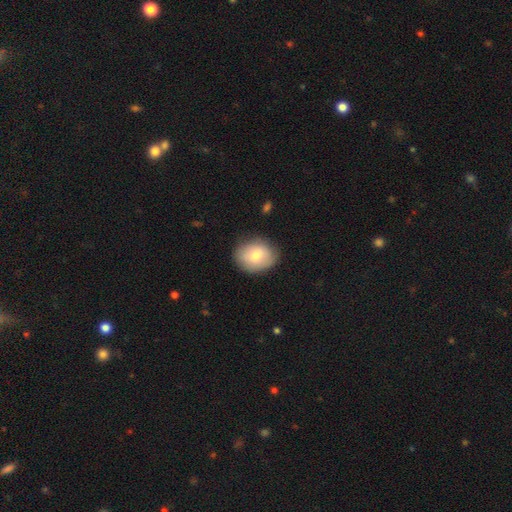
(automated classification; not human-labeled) Overall: smooth (74%). How rounded: round (53%; in between 47%). Merging: none (82%).